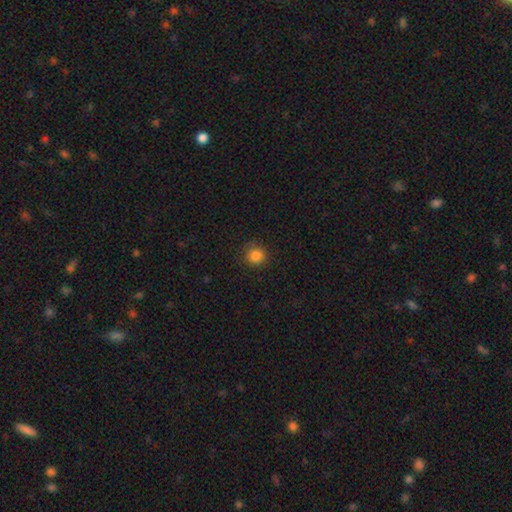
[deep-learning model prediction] This appears to be a smooth galaxy with no disk features (84%) that is round (87%). Merging: none (85%).